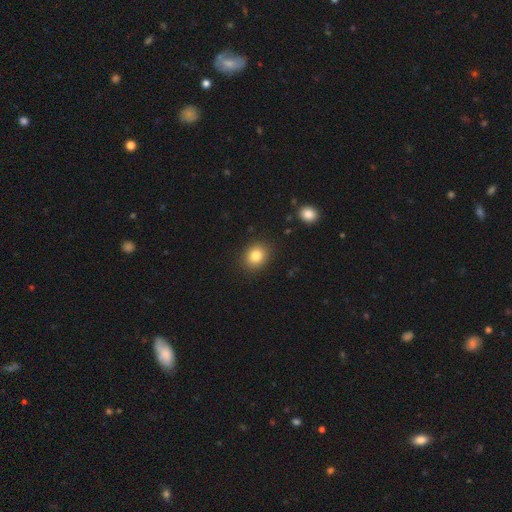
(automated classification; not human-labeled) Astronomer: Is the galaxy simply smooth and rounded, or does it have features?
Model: smooth — 83%.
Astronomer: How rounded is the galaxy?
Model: round — 65%.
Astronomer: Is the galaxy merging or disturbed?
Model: none — 89%.